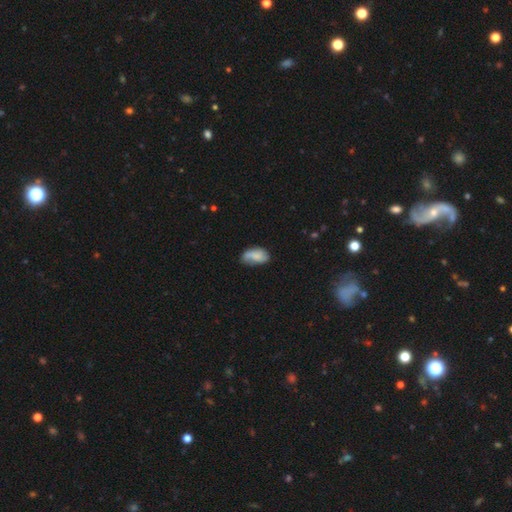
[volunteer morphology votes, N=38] smooth_or_featured: smooth (p=0.68) [alt: featured or disk p=0.29]
how_rounded: in between (p=0.81) [alt: round p=0.15]
merging: minor disturbance (p=0.38) [alt: none p=0.32]